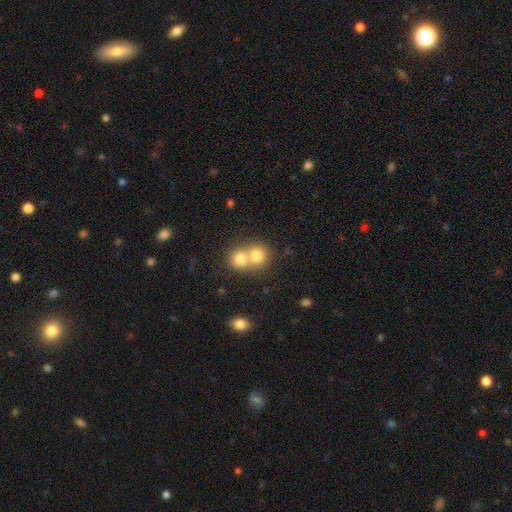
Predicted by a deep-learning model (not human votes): A smooth galaxy with no disk features (75%) that is round (79%).

Vote fractions:
- Smooth or featured? smooth: 75% / featured or disk: 15% / star or artifact: 11%
- How rounded? round: 79% / in between: 20% / cigar-shaped: 1%
- Merging? merger: 64% / none: 29% / minor disturbance: 4% / major disturbance: 2%